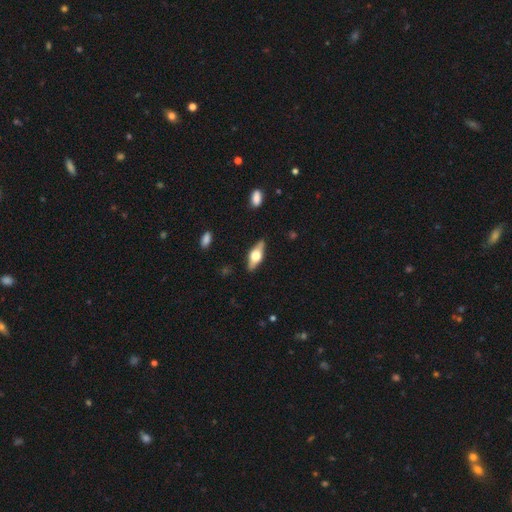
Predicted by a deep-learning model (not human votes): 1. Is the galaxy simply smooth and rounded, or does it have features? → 54% featured or disk, 40% smooth, 6% star or artifact.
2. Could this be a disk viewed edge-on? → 90% yes, 10% no.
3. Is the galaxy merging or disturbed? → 85% none, 11% minor disturbance, 2% major disturbance, 2% merger.